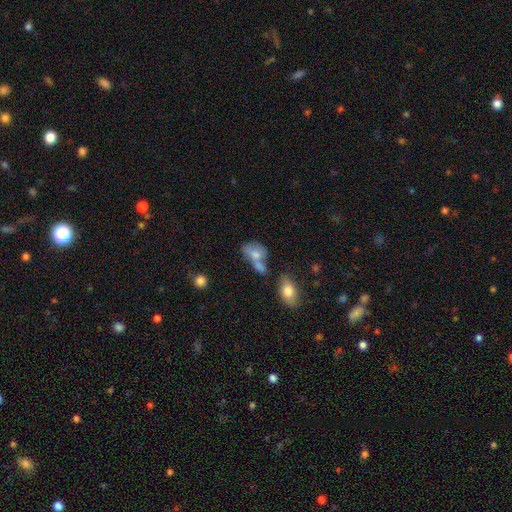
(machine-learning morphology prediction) Overall: smooth (68%). How rounded: in between (75%). Merging: merger (48%; none 26%).